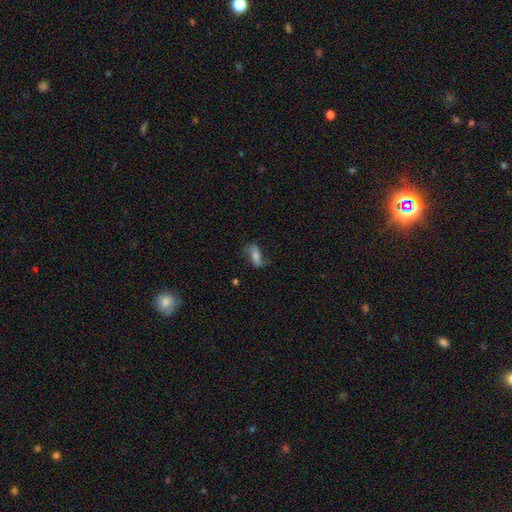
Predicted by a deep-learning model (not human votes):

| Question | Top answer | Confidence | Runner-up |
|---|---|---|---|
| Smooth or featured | smooth | 54% | featured or disk (37%) |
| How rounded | in between | 77% | cigar-shaped (18%) |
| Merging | none | 61% | minor disturbance (25%) |